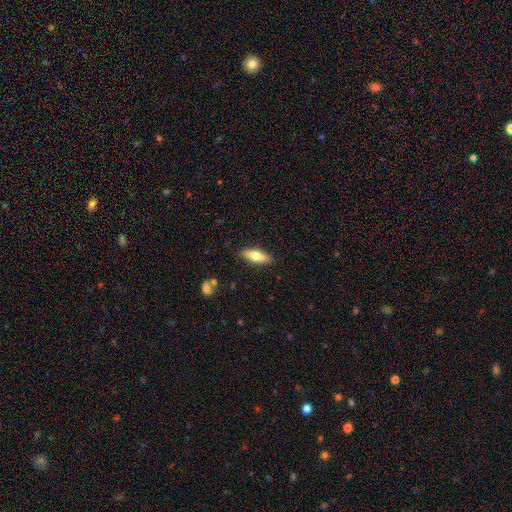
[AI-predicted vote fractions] smooth_or_featured: smooth (p=0.63) [alt: featured or disk p=0.31]
how_rounded: in between (p=0.55) [alt: cigar-shaped p=0.43]
merging: none (p=0.87) [alt: minor disturbance p=0.09]